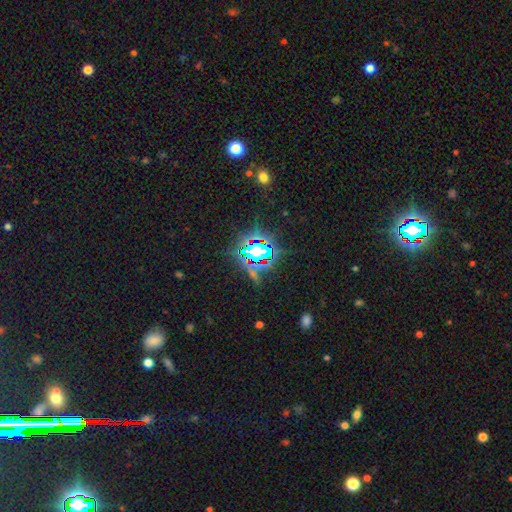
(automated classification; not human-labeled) Q: Smooth or featured?
A: star or artifact (75%); runner-up: smooth (14%)